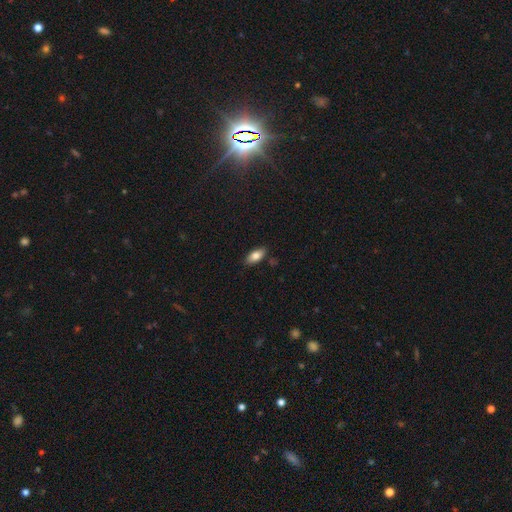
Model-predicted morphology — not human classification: type=smooth (80%); roundness=in between (88%); merging=none (85%).